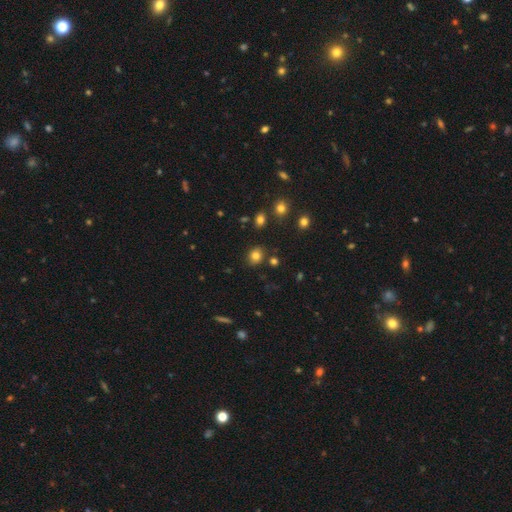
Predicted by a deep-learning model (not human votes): This appears to be a smooth galaxy with no disk features (81%) that is round (68%). Merging: none (84%).